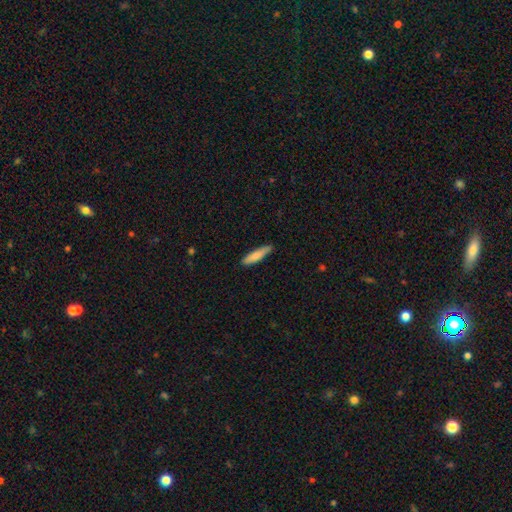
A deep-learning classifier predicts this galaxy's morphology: A smooth galaxy with no disk features (80%) that is cigar-shaped (81%). Merging: none (86%).